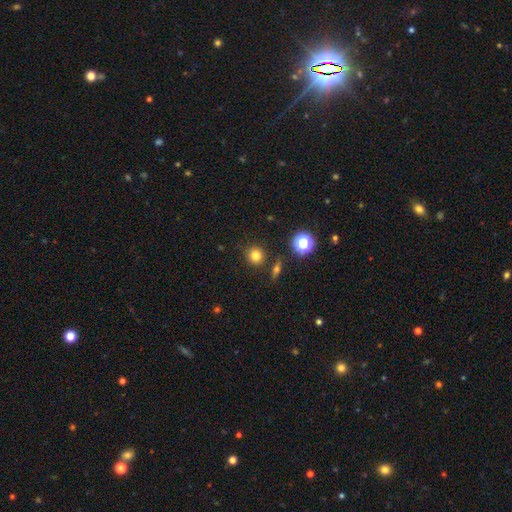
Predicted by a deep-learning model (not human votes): Smooth or featured? smooth (77%)
How rounded? round (91%)
Merging? none (85%)